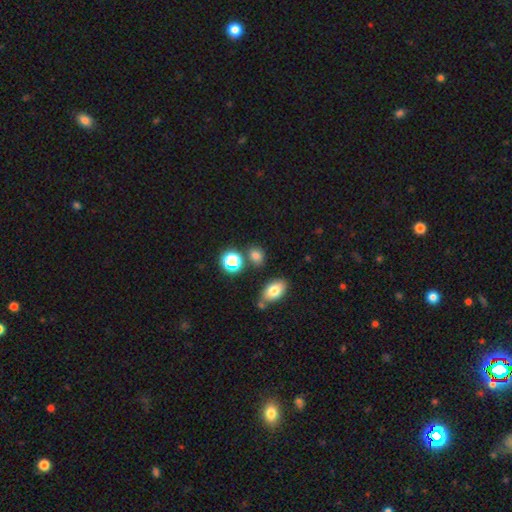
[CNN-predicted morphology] This appears to be a smooth galaxy with no disk features (74%) that is round (52%). Merging: none (76%).